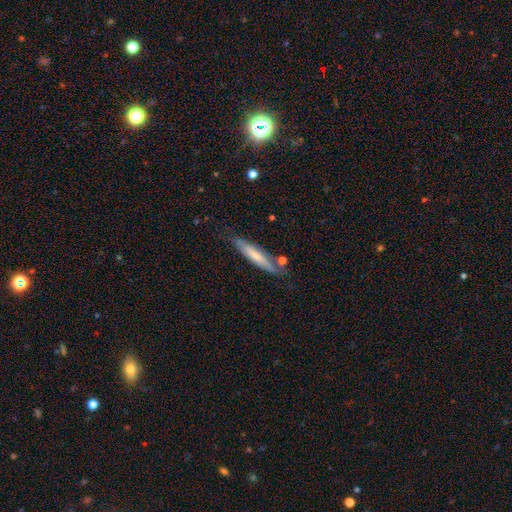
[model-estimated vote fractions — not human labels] Overall: smooth (59%; featured or disk 35%). How rounded: cigar-shaped (89%). Merging: none (71%).